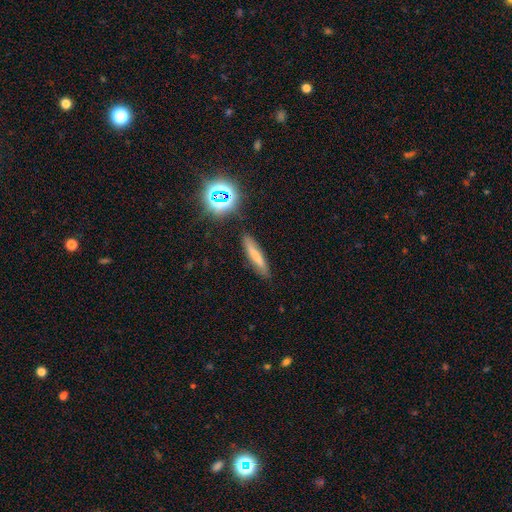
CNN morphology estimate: smooth_or_featured: smooth (p=0.68) [alt: featured or disk p=0.20]
how_rounded: cigar-shaped (p=0.87) [alt: in between p=0.10]
merging: none (p=0.83) [alt: minor disturbance p=0.11]